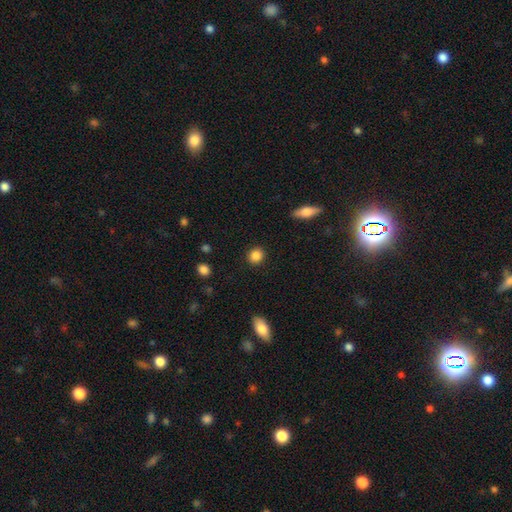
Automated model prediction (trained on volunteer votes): Smooth or featured?
  - smooth: 87% *
  - star or artifact: 9%
  - featured or disk: 4%
How rounded?
  - round: 83% *
  - in between: 16%
  - cigar-shaped: 1%
Merging?
  - none: 91% *
  - minor disturbance: 6%
  - major disturbance: 2%
  - merger: 1%